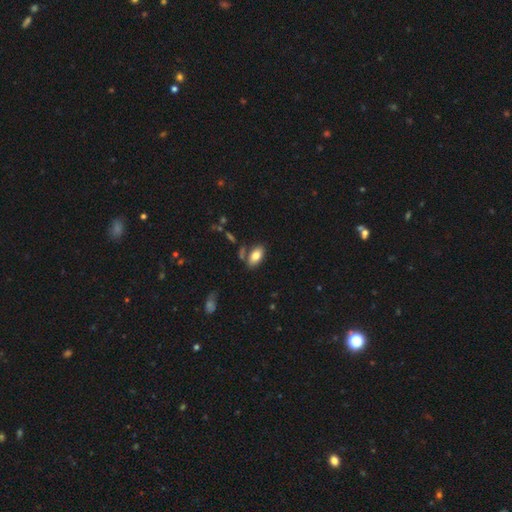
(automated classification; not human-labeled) Smooth or featured?
  - smooth: 79% *
  - featured or disk: 13%
  - star or artifact: 8%
How rounded?
  - in between: 92% *
  - round: 5%
  - cigar-shaped: 3%
Merging?
  - none: 74% *
  - minor disturbance: 13%
  - merger: 10%
  - major disturbance: 4%